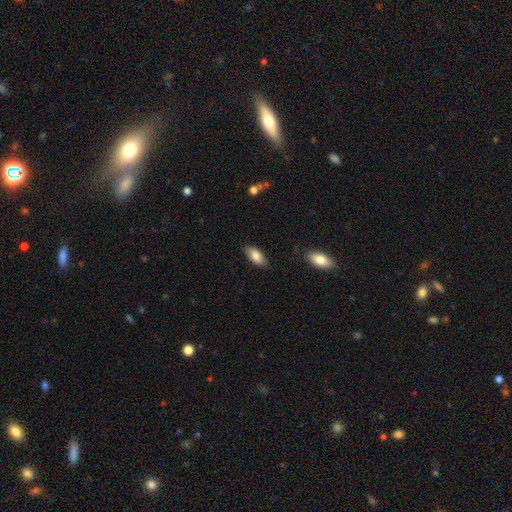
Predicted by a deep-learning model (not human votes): This appears to be a smooth galaxy with no disk features (83%) that is in between round and cigar-shaped (87%). Merging: none (84%).